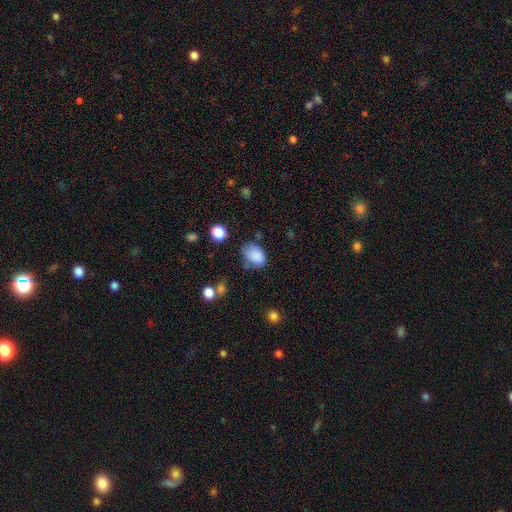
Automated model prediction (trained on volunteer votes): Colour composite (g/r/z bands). It shows a smooth galaxy with no disk features (85%) that is in between round and cigar-shaped (80%). Merging: none (56%).